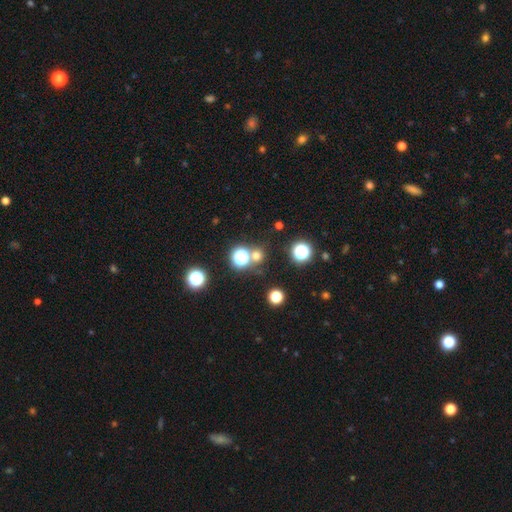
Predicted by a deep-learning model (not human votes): A smooth galaxy with no disk features (59%) that is round (90%).

Vote fractions:
- Smooth or featured? smooth: 59% / star or artifact: 34% / featured or disk: 8%
- How rounded? round: 90% / in between: 8% / cigar-shaped: 1%
- Merging? none: 74% / merger: 15% / minor disturbance: 7% / major disturbance: 4%